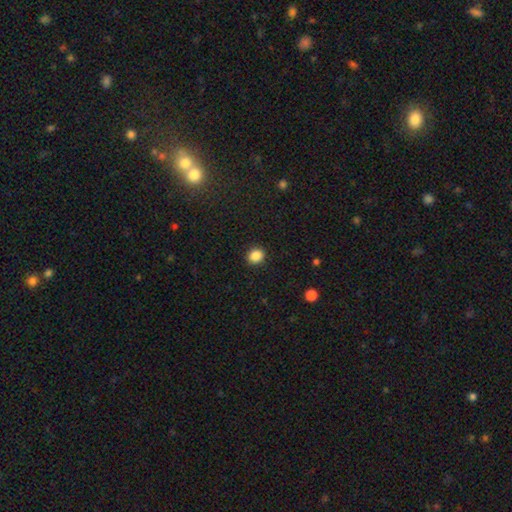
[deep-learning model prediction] Q: Smooth or featured?
A: smooth (86%); runner-up: star or artifact (10%)
Q: How rounded?
A: round (76%); runner-up: in between (23%)
Q: Merging?
A: none (91%); runner-up: minor disturbance (6%)